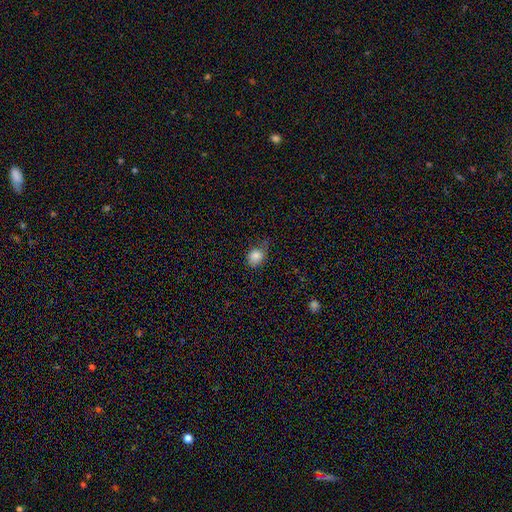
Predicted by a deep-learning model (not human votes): Q: Smooth or featured?
A: smooth (83%); runner-up: star or artifact (10%)
Q: How rounded?
A: round (51%); runner-up: in between (48%)
Q: Merging?
A: none (51%); runner-up: minor disturbance (35%)